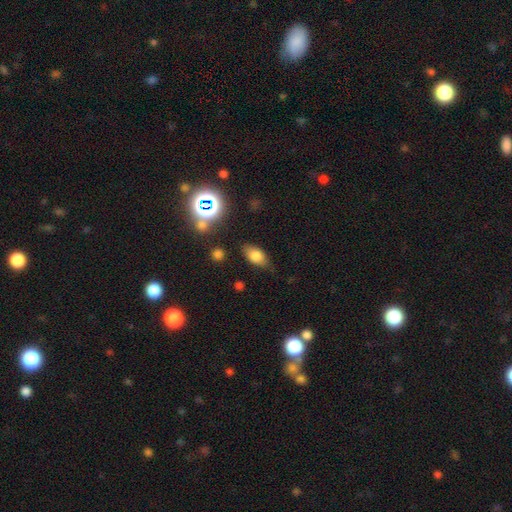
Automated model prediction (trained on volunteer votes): smooth 74%, featured or disk 14%, star or artifact 13%. Down the decision tree: how rounded — in between (87%); merging — none (76%).